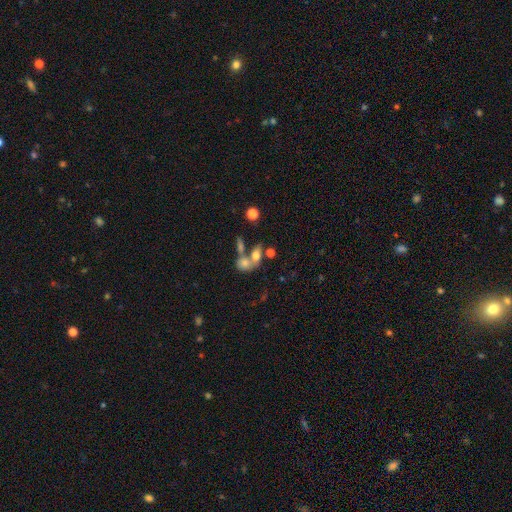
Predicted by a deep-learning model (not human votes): Morphology: type=smooth (67%); roundness=in between (66%); merging=merger (52%).